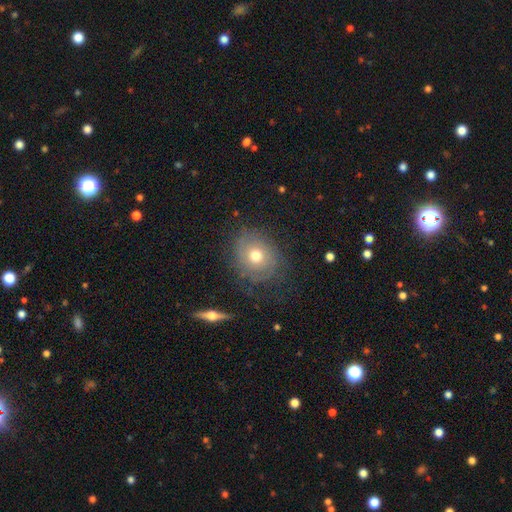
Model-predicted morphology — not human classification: Smooth or featured: smooth — 49% (featured or disk — 40%)
Merging: none — 69% (minor disturbance — 18%)